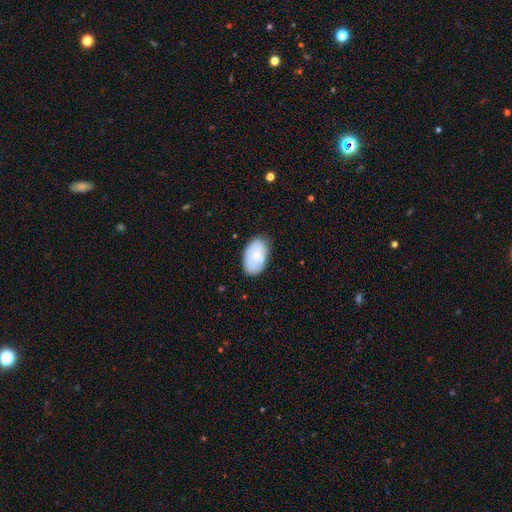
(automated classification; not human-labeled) smooth-or-featured: smooth: 68% | featured or disk: 25% | star or artifact: 7%
  how-rounded: in between: 93% | round: 6% | cigar-shaped: 1%
  merging: none: 76% | minor disturbance: 19% | major disturbance: 4% | merger: 2%